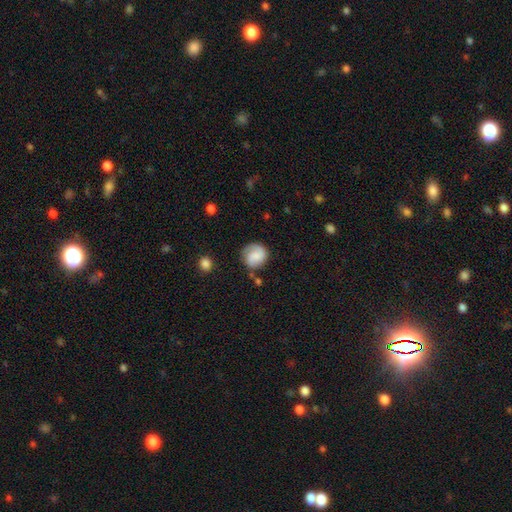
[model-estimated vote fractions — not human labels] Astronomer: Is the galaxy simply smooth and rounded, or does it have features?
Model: smooth — 58% (runner-up: featured or disk, 34%).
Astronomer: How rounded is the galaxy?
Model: round — 82%.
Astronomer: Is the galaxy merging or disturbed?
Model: none — 67%.